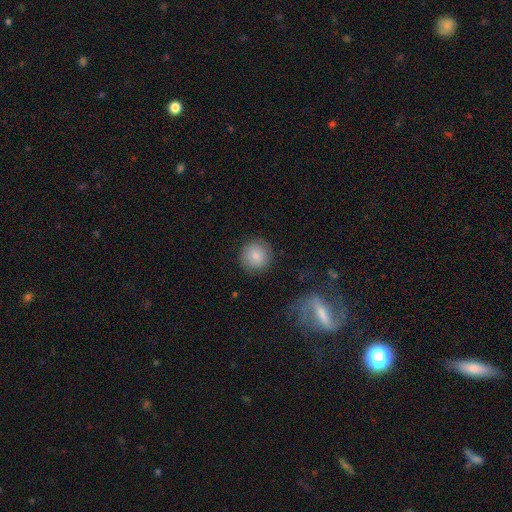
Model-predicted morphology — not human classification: smooth 83%, featured or disk 9%, star or artifact 8%. Down the decision tree: how rounded — round (93%); merging — none (87%).